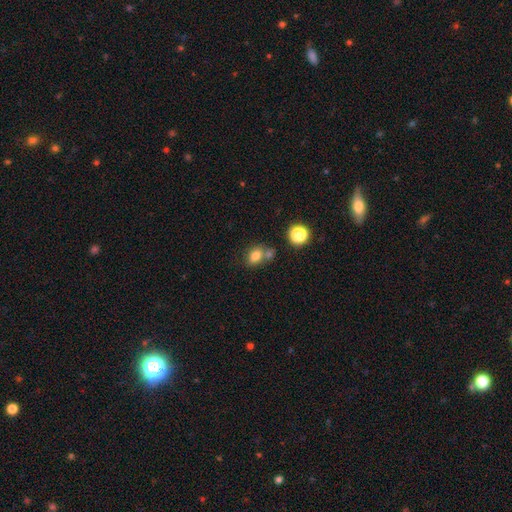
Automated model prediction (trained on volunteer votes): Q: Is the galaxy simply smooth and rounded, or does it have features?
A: smooth — 79%.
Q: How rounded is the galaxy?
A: in between — 65%.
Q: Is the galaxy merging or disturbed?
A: none — 52%.